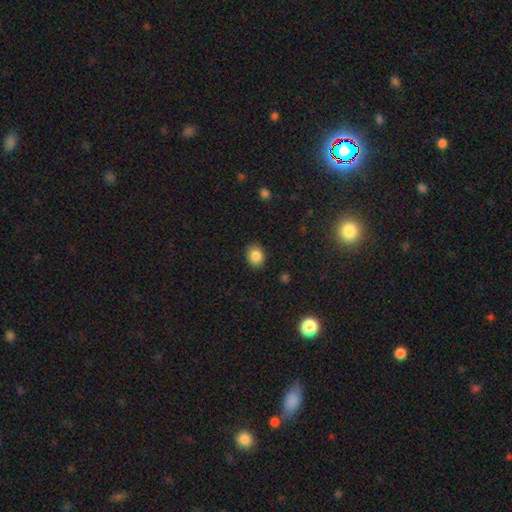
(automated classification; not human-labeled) Smooth or featured? Predicted: smooth (p=0.85). How rounded? Predicted: round (p=0.50, tied with in between). Merging? Predicted: none (p=0.88).